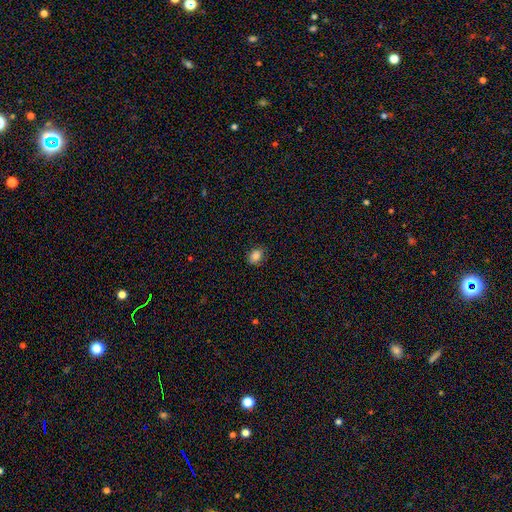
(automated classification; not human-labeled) A smooth galaxy with no disk features (85%) that is in between round and cigar-shaped (64%). Merging: none (82%).